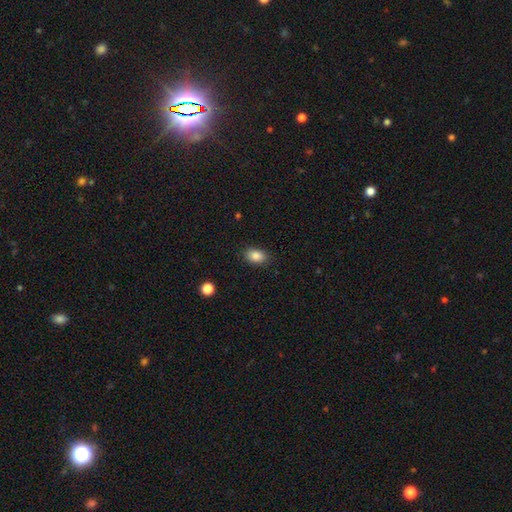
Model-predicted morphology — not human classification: smooth_or_featured: smooth (p=0.86) [alt: star or artifact p=0.09]
how_rounded: in between (p=0.85) [alt: round p=0.13]
merging: none (p=0.87) [alt: minor disturbance p=0.09]